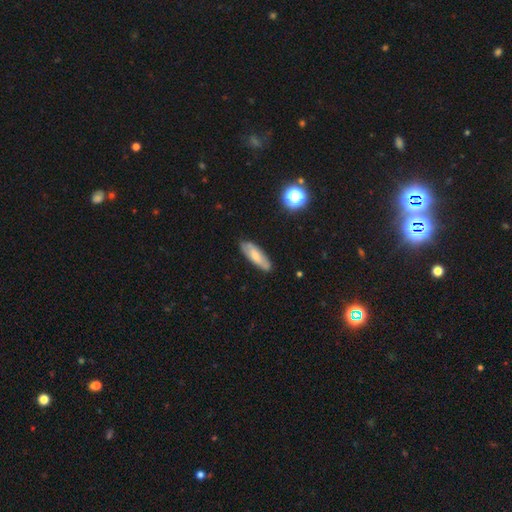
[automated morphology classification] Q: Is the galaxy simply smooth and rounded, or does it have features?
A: smooth — 59%.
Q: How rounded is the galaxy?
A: in between — 57%.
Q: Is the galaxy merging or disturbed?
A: none — 78%.